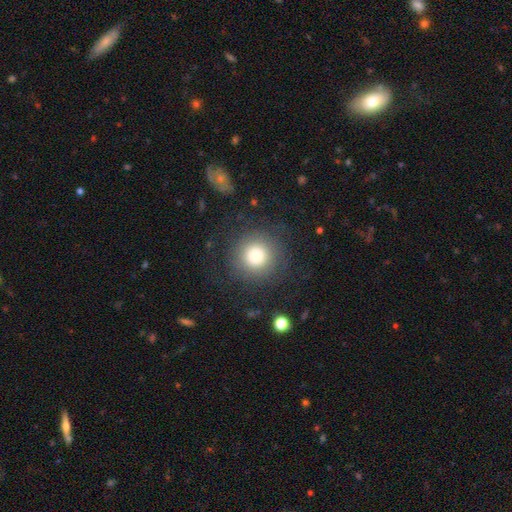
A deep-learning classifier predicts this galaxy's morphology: A smooth galaxy with no disk features (77%) that is round (95%). Merging: none (82%).